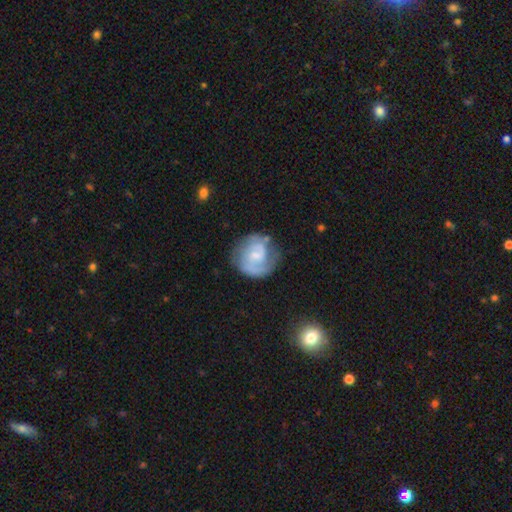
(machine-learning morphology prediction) type=featured or disk (75%); edge-on=no (98%); bar=weak (47%); spiral arms=yes (92%); winding=medium (44%); arm count=2 (68%); bulge=small (54%); merging=none (67%).